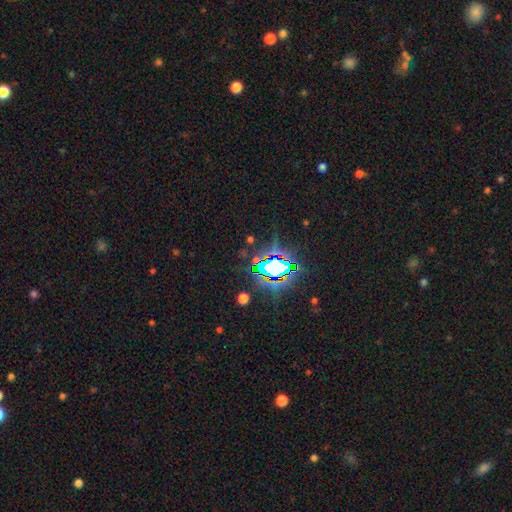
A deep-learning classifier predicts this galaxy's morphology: Smooth or featured?
  - star or artifact: 85% *
  - smooth: 9%
  - featured or disk: 7%